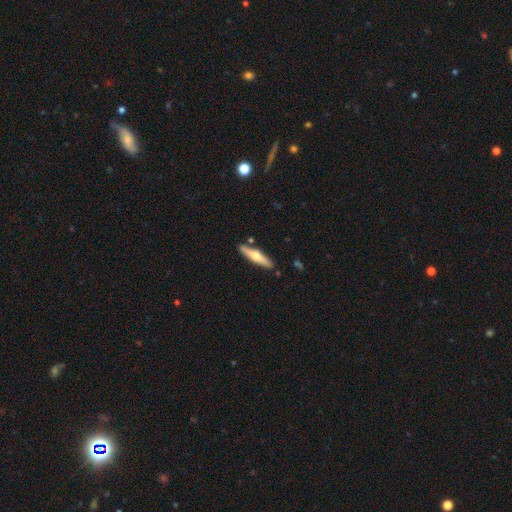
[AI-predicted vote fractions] Morphology: type=featured or disk (52%); edge-on=yes (94%); merging=none (86%).